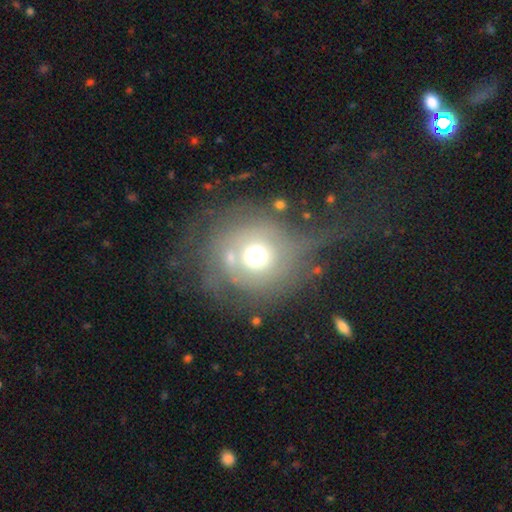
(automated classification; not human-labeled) smooth-or-featured: smooth: 47% | featured or disk: 39% | star or artifact: 14%
  merging: none: 44% | major disturbance: 32% | minor disturbance: 18% | merger: 6%